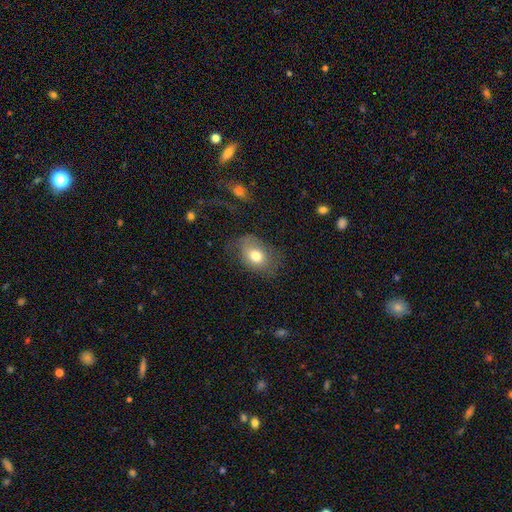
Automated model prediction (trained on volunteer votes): This is likely a smooth galaxy (74%). How rounded: likely in between (69%). Merging: possibly none (58%).